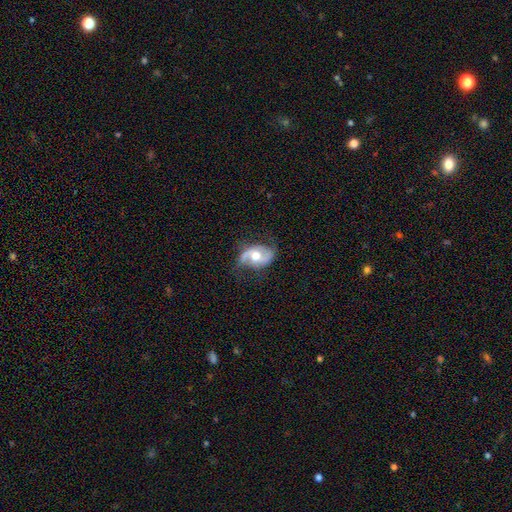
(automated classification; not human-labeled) The model was most divided on "spiral winding": loose: 46%, medium: 38%, tight: 16%. More confident: edge-on disk — no (96%); spiral arms — yes (86%); spiral arm count — 2 (83%); bulge size — moderate (73%); smooth or featured — featured or disk (73%); merging — none (61%); bar — no (57%).